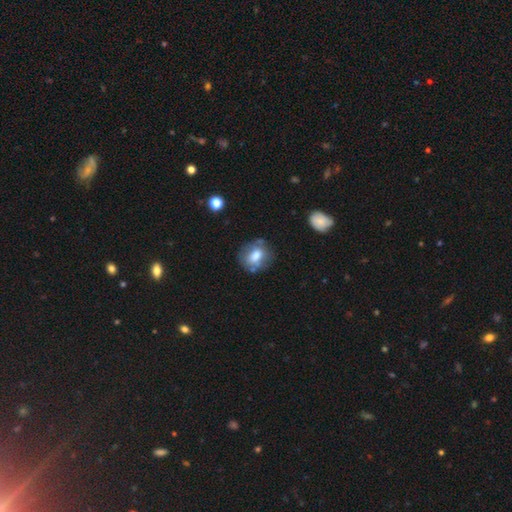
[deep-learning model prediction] Smooth or featured? Predicted: smooth (p=0.64). How rounded? Predicted: round (p=0.64). Merging? Predicted: none (p=0.65).